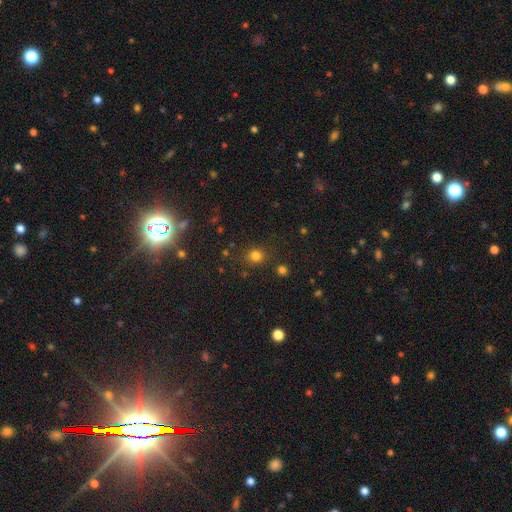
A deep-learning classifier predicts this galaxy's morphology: smooth_or_featured: smooth (p=0.78) [alt: star or artifact p=0.17]
how_rounded: round (p=0.83) [alt: in between p=0.16]
merging: none (p=0.82) [alt: minor disturbance p=0.10]